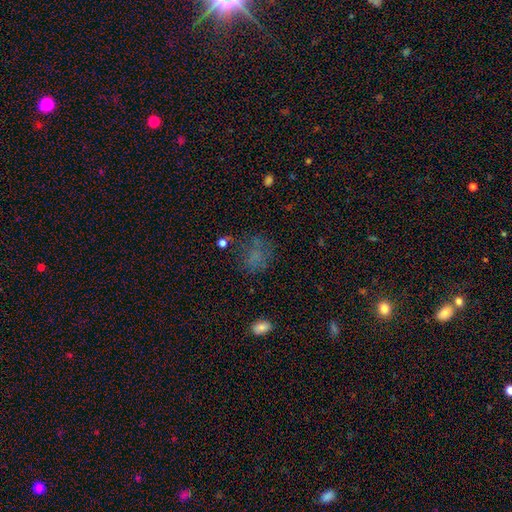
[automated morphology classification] smooth-or-featured: smooth: 55% | star or artifact: 25% | featured or disk: 20%
  how-rounded: round: 59% | in between: 40% | cigar-shaped: 2%
  merging: none: 55% | minor disturbance: 20% | major disturbance: 20% | merger: 4%